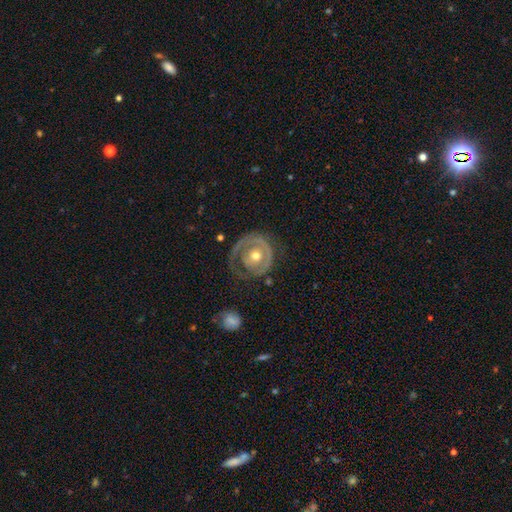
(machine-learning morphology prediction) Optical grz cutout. It shows a featured or disk galaxy (72%) with no bar (82%), spiral arms (57%) and a moderate central bulge (70%). Merging: none (59%).